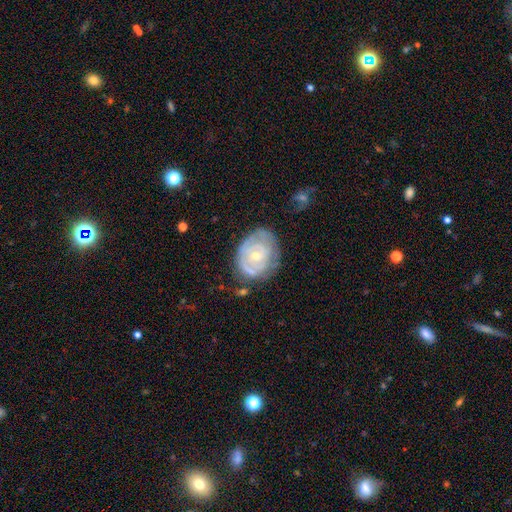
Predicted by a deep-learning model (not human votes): Morphology: type=featured or disk (70%); edge-on=no (97%); bar=no (79%); spiral arms=yes (69%); bulge=small (65%); merging=none (57%).